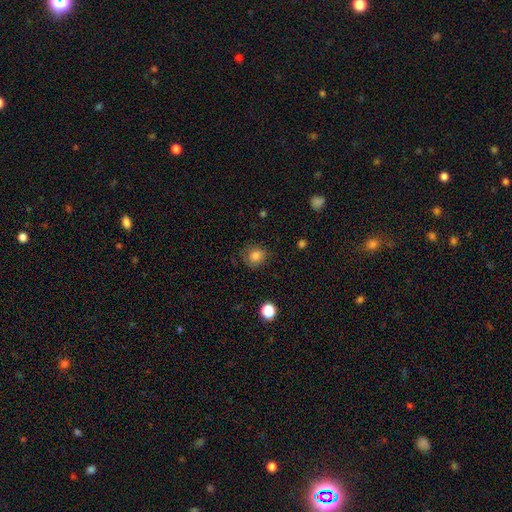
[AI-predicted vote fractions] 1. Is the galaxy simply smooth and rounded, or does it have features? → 80% smooth, 11% star or artifact, 9% featured or disk.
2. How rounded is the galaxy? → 73% round, 26% in between, 1% cigar-shaped.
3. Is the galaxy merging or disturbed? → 71% none, 20% minor disturbance, 7% major disturbance, 1% merger.